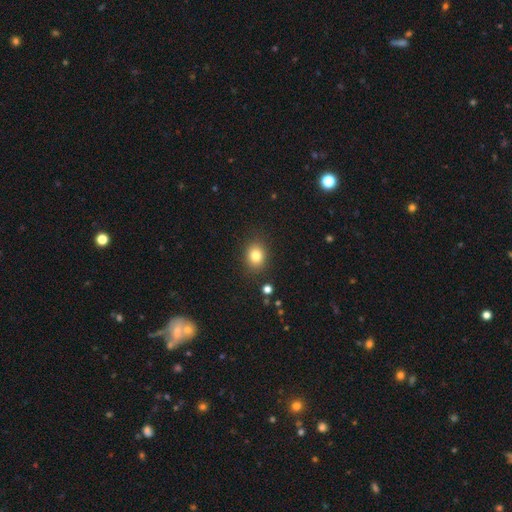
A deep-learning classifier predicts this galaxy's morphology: Q: Smooth or featured?
A: smooth (81%); runner-up: star or artifact (11%)
Q: How rounded?
A: round (58%); runner-up: in between (41%)
Q: Merging?
A: none (87%); runner-up: minor disturbance (9%)